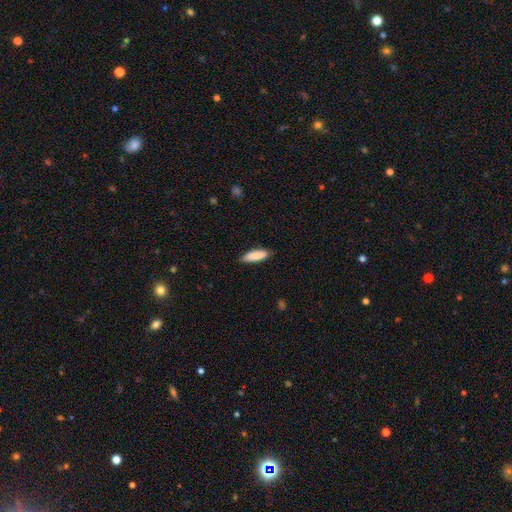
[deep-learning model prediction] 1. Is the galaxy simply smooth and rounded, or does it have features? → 88% smooth, 7% featured or disk, 6% star or artifact.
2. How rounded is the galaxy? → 51% in between, 47% cigar-shaped, 1% round.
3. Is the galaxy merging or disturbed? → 84% none, 13% minor disturbance, 2% major disturbance, 1% merger.